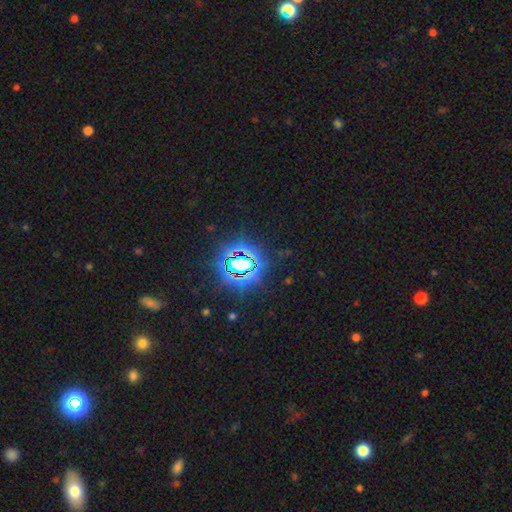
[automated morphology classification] star or artifact 83%, smooth 11%, featured or disk 6%.